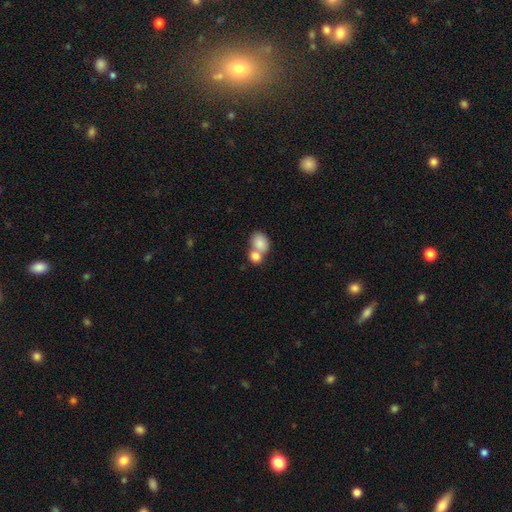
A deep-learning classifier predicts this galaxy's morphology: Smooth or featured: smooth — 83% (featured or disk — 10%)
How rounded: in between — 57% (round — 41%)
Merging: merger — 63% (none — 27%)